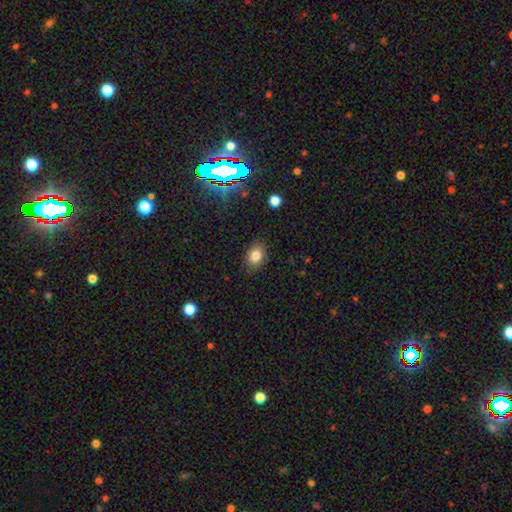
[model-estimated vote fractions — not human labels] Overall: smooth (81%). How rounded: in between (74%). Merging: none (85%).